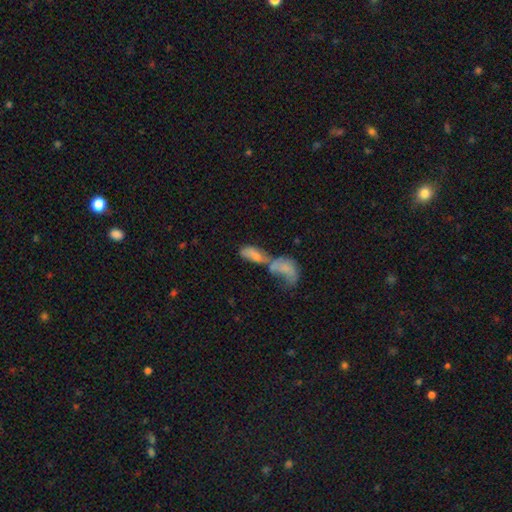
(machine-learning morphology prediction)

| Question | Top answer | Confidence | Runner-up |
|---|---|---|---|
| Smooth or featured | smooth | 61% | featured or disk (28%) |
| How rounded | in between | 77% | cigar-shaped (17%) |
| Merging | merger | 75% | none (11%) |